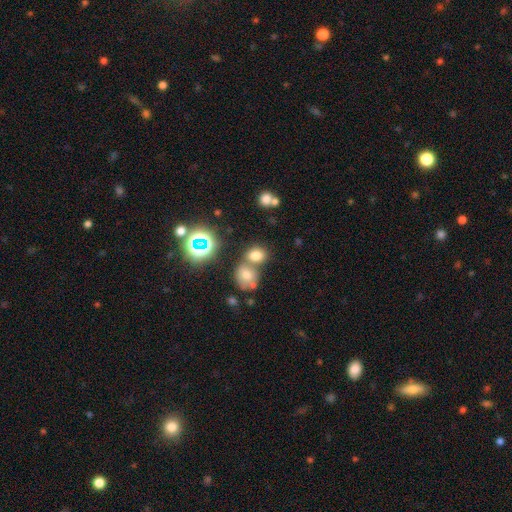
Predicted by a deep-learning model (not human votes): Smooth or featured?
  - smooth: 70% *
  - star or artifact: 21%
  - featured or disk: 9%
How rounded?
  - round: 53% *
  - in between: 46%
  - cigar-shaped: 1%
Merging?
  - none: 51% *
  - merger: 36%
  - minor disturbance: 9%
  - major disturbance: 4%